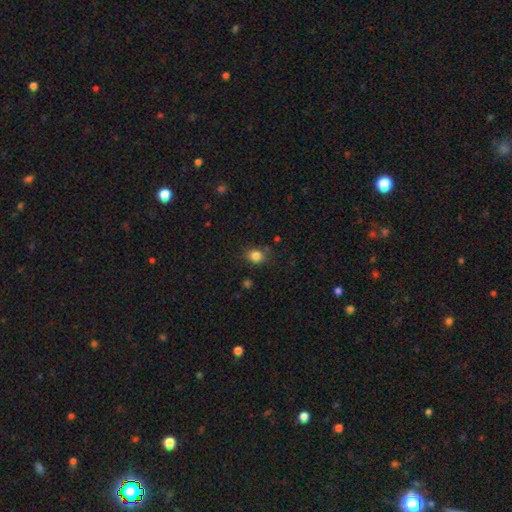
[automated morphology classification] smooth_or_featured: smooth (p=0.83) [alt: star or artifact p=0.12]
how_rounded: round (p=0.65) [alt: in between p=0.34]
merging: none (p=0.78) [alt: minor disturbance p=0.15]